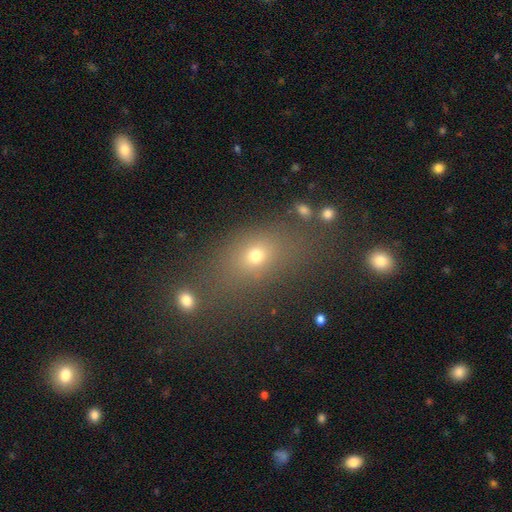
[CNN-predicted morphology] Smooth or featured?
  - smooth: 64% *
  - star or artifact: 22%
  - featured or disk: 14%
How rounded?
  - in between: 63% *
  - round: 31%
  - cigar-shaped: 6%
Merging?
  - none: 68% *
  - minor disturbance: 13%
  - merger: 10%
  - major disturbance: 8%